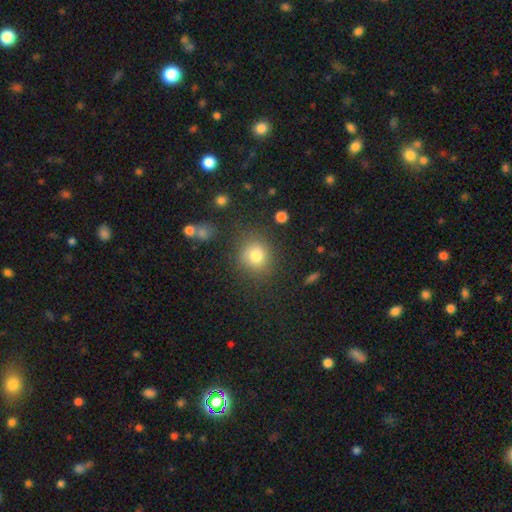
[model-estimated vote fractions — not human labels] This is clearly a smooth galaxy (80%). How rounded: clearly round (81%). Merging: likely none (80%).